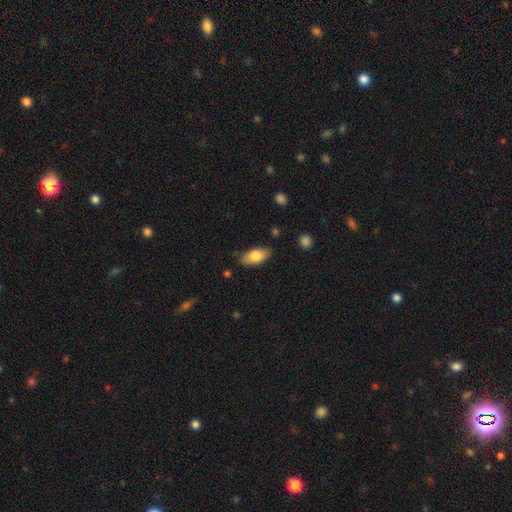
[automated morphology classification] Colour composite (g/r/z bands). It shows a smooth galaxy with no disk features (76%) that is in between round and cigar-shaped (88%). Merging: none (83%).